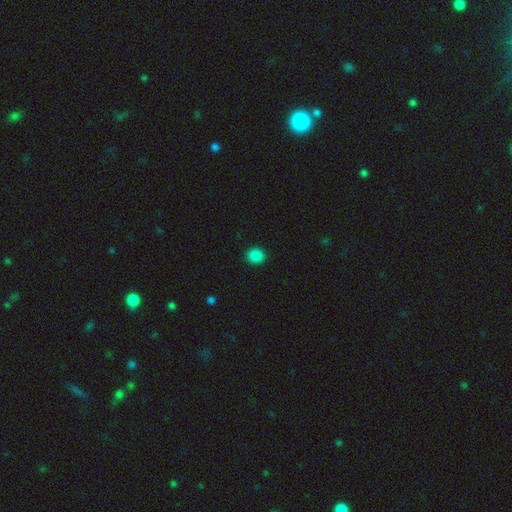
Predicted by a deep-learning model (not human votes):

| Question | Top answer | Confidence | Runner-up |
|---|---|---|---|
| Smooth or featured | smooth | 86% | star or artifact (11%) |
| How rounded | round | 79% | in between (20%) |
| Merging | none | 92% | minor disturbance (6%) |